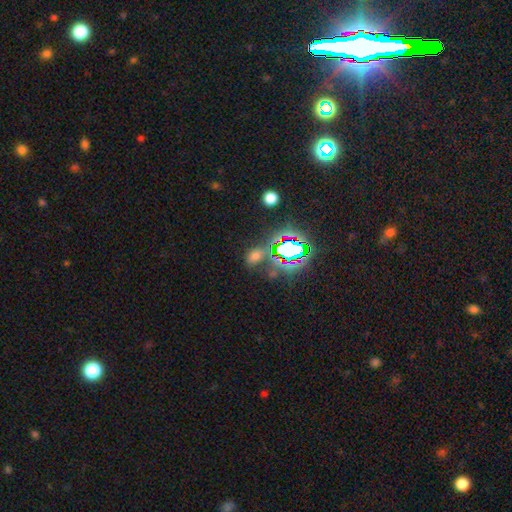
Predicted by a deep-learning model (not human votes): smooth-or-featured: smooth: 48% | star or artifact: 42% | featured or disk: 10%
  merging: none: 69% | minor disturbance: 14% | merger: 9% | major disturbance: 8%